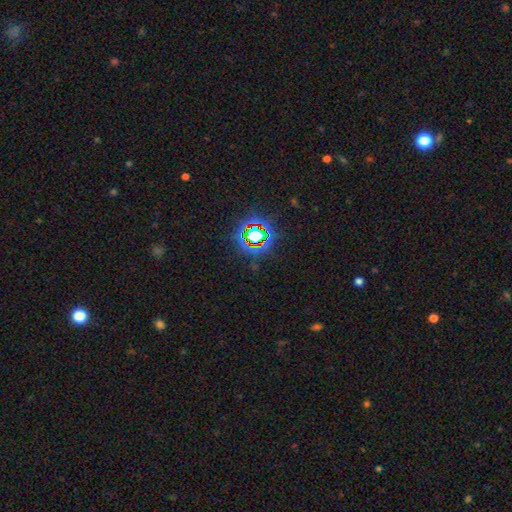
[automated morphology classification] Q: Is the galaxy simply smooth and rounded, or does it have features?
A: star or artifact — 78%.